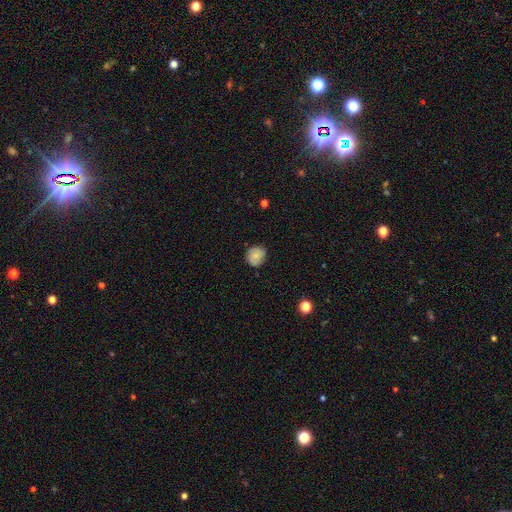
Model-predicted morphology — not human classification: smooth 61%, featured or disk 31%, star or artifact 8%. Down the decision tree: how rounded — round (80%); merging — none (76%).